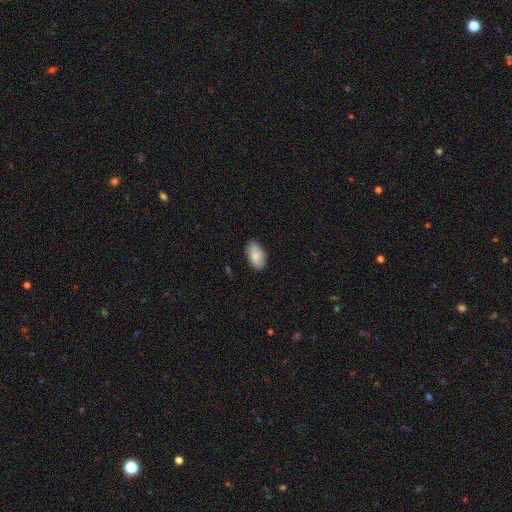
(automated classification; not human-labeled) Q: Smooth or featured?
A: smooth (81%); runner-up: featured or disk (12%)
Q: How rounded?
A: in between (94%); runner-up: round (4%)
Q: Merging?
A: none (85%); runner-up: minor disturbance (12%)